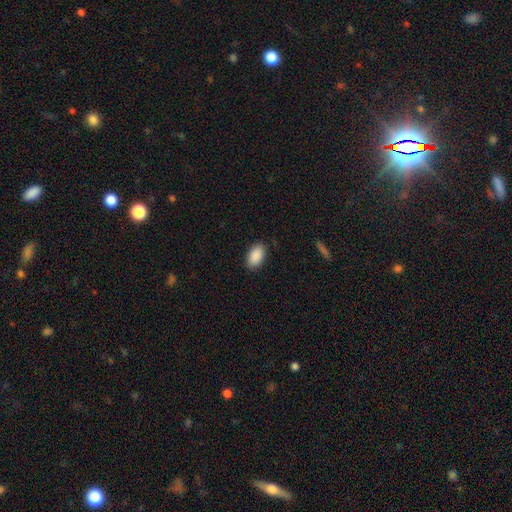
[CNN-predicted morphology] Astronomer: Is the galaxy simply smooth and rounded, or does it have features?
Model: smooth — 91%.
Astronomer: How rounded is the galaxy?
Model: in between — 94%.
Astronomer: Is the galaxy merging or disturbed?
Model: none — 88%.